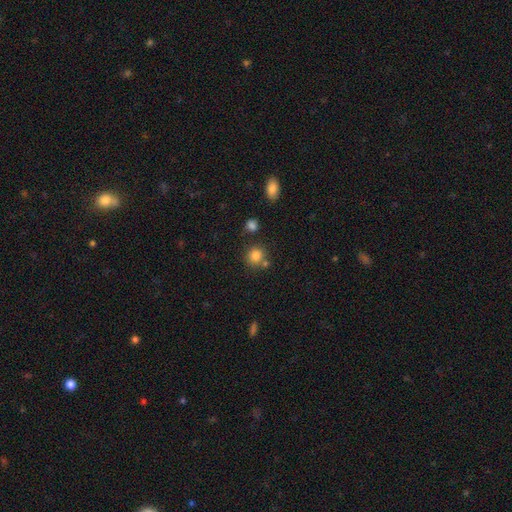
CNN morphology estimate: Smooth or featured?
  - smooth: 82% *
  - star or artifact: 12%
  - featured or disk: 6%
How rounded?
  - round: 86% *
  - in between: 13%
  - cigar-shaped: 1%
Merging?
  - none: 69% *
  - merger: 16%
  - minor disturbance: 11%
  - major disturbance: 4%